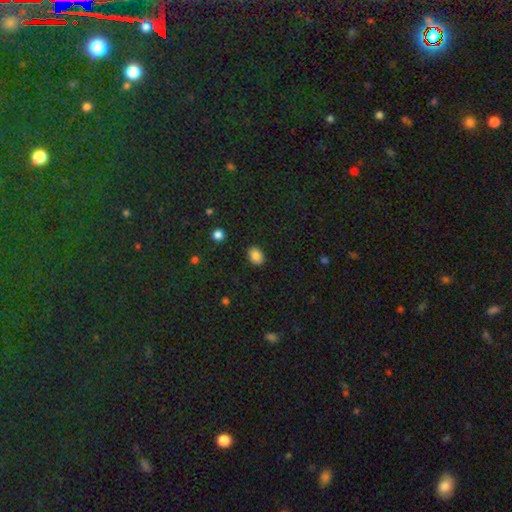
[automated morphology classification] A smooth galaxy with no disk features (86%) that is in between round and cigar-shaped (78%). Merging: none (88%).